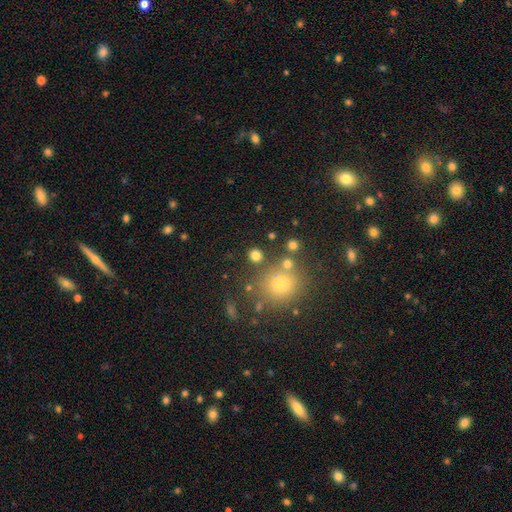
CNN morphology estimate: Smooth or featured? smooth (78%)
How rounded? round (86%)
Merging? none (80%)